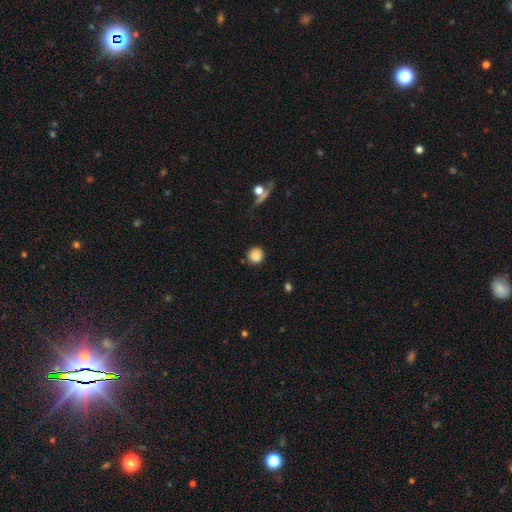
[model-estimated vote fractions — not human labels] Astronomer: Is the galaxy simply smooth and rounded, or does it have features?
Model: smooth — 85%.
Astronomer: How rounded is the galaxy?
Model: round — 92%.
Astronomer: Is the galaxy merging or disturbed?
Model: none — 85%.